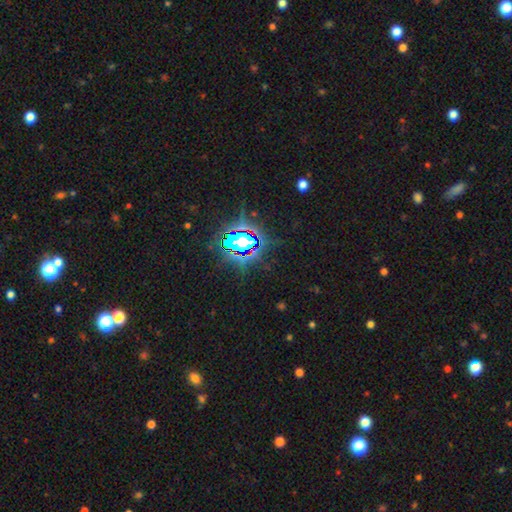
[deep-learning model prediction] Smooth or featured? Predicted: star or artifact (p=0.82).